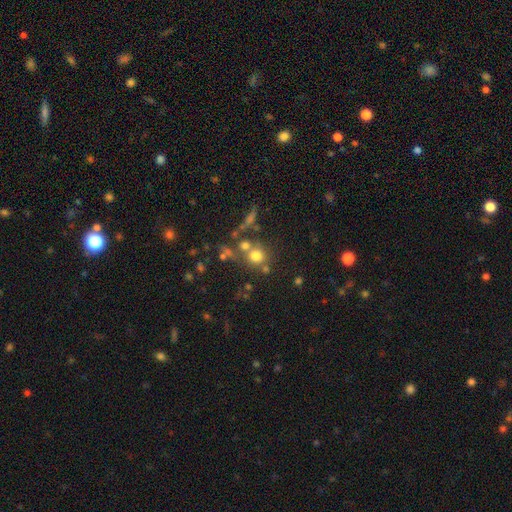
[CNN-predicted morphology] Smooth or featured?
  - smooth: 69% *
  - star or artifact: 17%
  - featured or disk: 14%
How rounded?
  - round: 87% *
  - in between: 12%
  - cigar-shaped: 1%
Merging?
  - none: 56% *
  - merger: 28%
  - minor disturbance: 10%
  - major disturbance: 7%